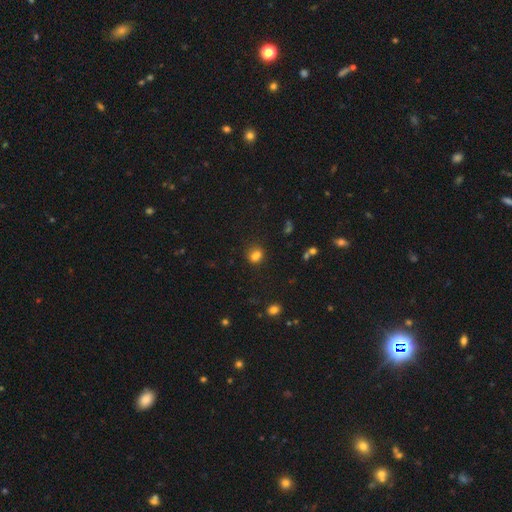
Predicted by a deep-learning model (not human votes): smooth-or-featured: smooth: 77% | star or artifact: 15% | featured or disk: 8%
  how-rounded: in between: 52% | round: 46% | cigar-shaped: 2%
  merging: none: 59% | merger: 19% | minor disturbance: 16% | major disturbance: 5%